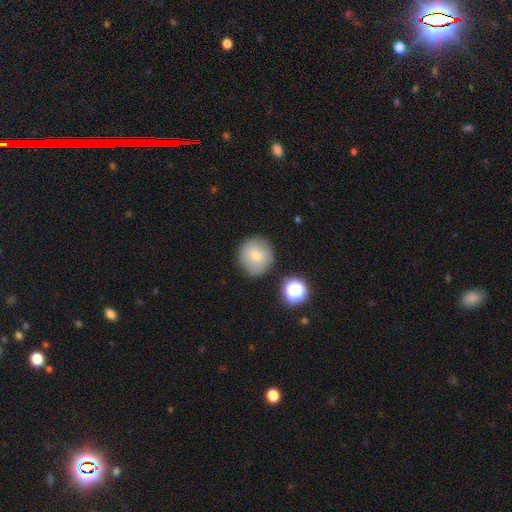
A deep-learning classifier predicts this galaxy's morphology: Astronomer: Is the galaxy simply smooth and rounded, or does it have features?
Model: smooth — 73%.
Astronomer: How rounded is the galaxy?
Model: round — 92%.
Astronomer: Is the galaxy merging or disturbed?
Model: none — 78%.